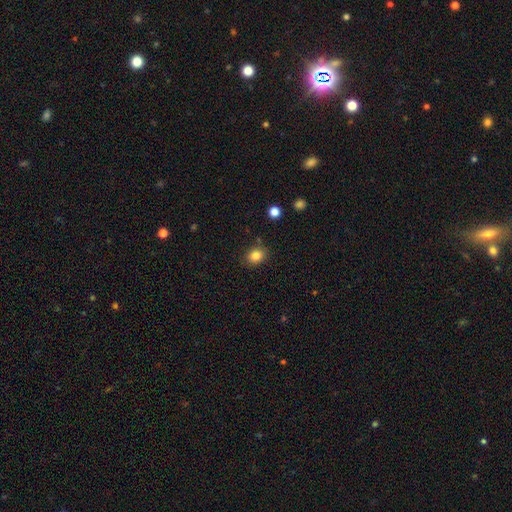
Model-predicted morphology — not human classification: type=smooth (84%); roundness=round (53%); merging=none (83%).